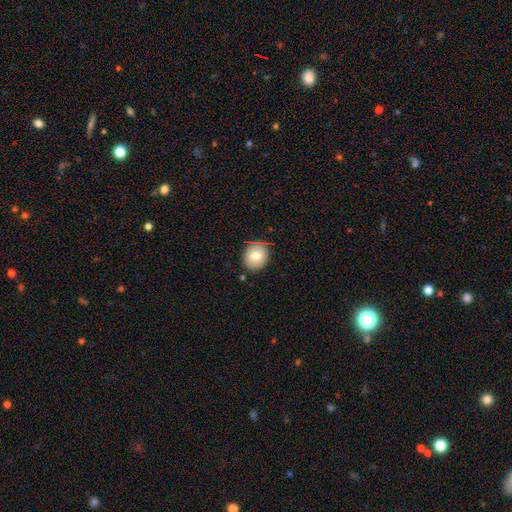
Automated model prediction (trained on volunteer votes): A smooth galaxy with no disk features (74%) that is round (71%).

Vote fractions:
- Smooth or featured? smooth: 74% / featured or disk: 17% / star or artifact: 9%
- How rounded? round: 71% / in between: 28% / cigar-shaped: 1%
- Merging? none: 79% / minor disturbance: 16% / major disturbance: 3% / merger: 2%